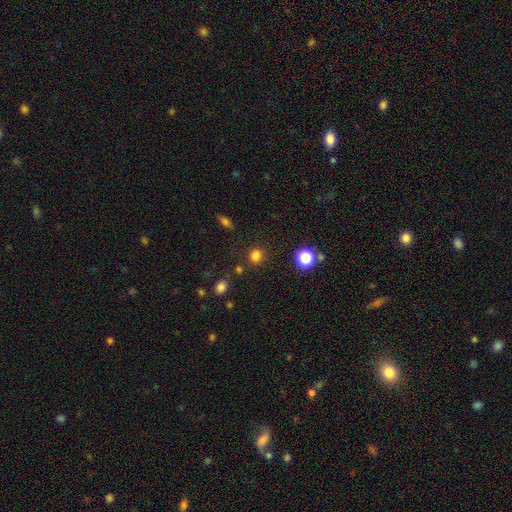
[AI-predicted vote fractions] A smooth galaxy with no disk features (78%) that is round (81%). Merging: none (82%).